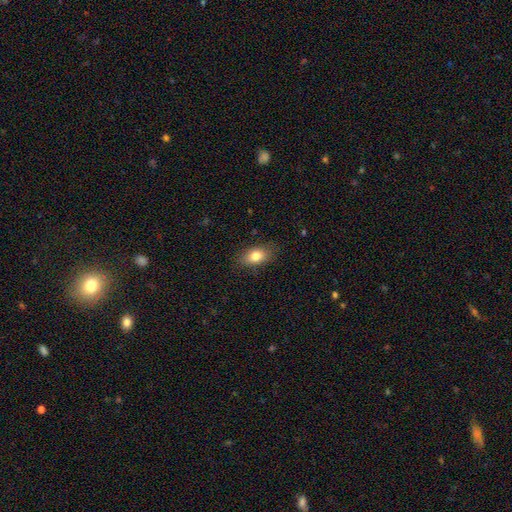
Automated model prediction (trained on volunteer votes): A smooth galaxy with no disk features (79%) that is in between round and cigar-shaped (84%).

Vote fractions:
- Smooth or featured? smooth: 79% / featured or disk: 12% / star or artifact: 9%
- How rounded? in between: 84% / round: 12% / cigar-shaped: 4%
- Merging? none: 83% / minor disturbance: 13% / major disturbance: 3% / merger: 1%